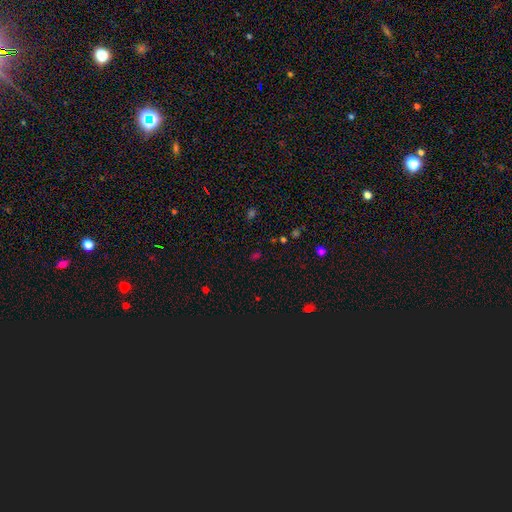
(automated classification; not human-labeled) Smooth or featured?
  - star or artifact: 52% *
  - smooth: 40%
  - featured or disk: 7%